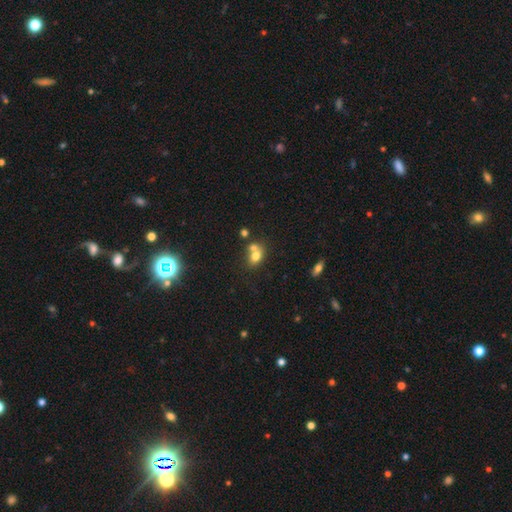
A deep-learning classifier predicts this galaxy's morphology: smooth-or-featured: smooth: 71% | featured or disk: 16% | star or artifact: 13%
  how-rounded: in between: 56% | round: 43% | cigar-shaped: 1%
  merging: merger: 50% | none: 36% | minor disturbance: 10% | major disturbance: 4%